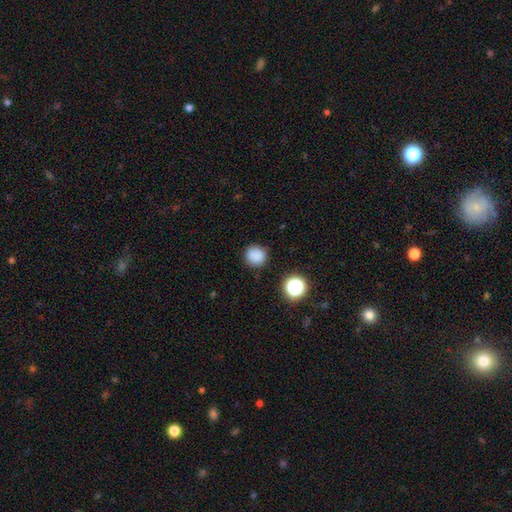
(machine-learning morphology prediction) smooth 83%, star or artifact 13%, featured or disk 4%. Down the decision tree: how rounded — round (92%); merging — none (86%).